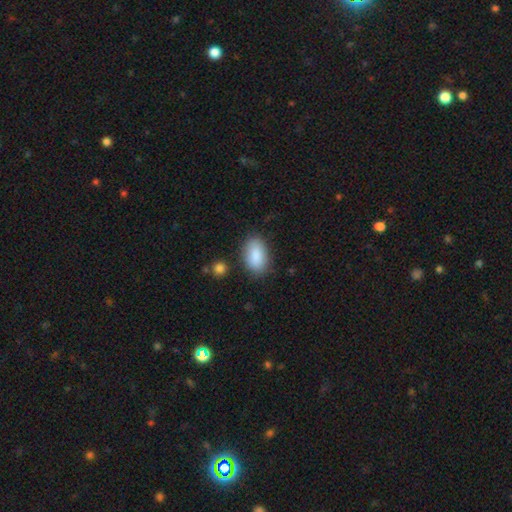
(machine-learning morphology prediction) This appears to be a smooth galaxy with no disk features (88%) that is in between round and cigar-shaped (93%). Merging: none (80%).